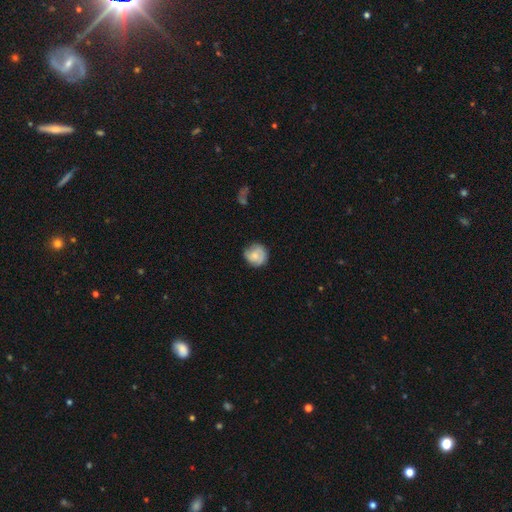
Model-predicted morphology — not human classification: This appears to be a smooth galaxy with no disk features (63%) that is round (86%). Merging: none (71%).